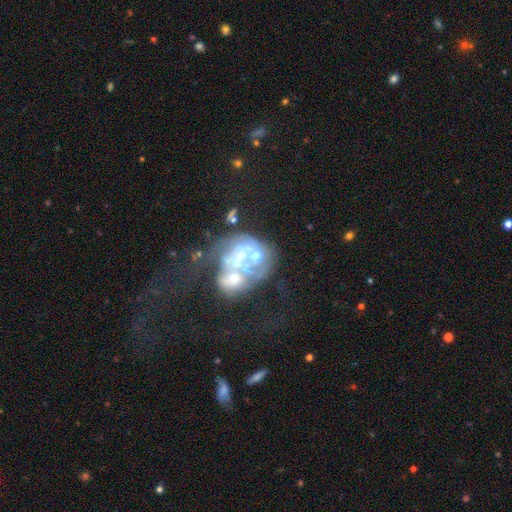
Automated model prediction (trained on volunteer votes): The model was most divided on "bulge size": moderate: 40%, none: 30%, small: 19%, large: 8%, dominant: 3%. More confident: edge-on disk — no (98%); bar — no (80%); spiral arms — no (78%); smooth or featured — featured or disk (66%); merging — merger (54%).